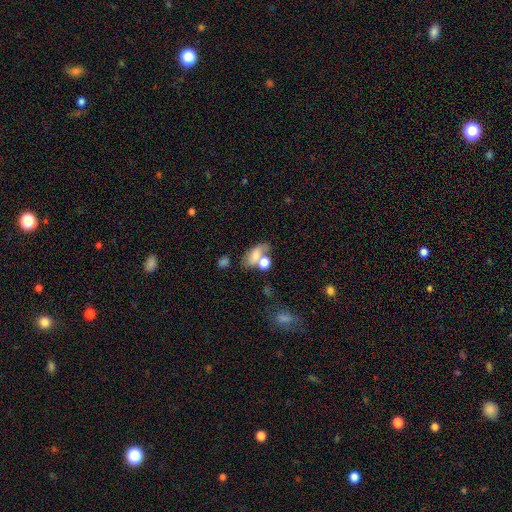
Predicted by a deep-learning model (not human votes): smooth-or-featured: smooth: 68% | featured or disk: 21% | star or artifact: 12%
  how-rounded: in between: 80% | round: 13% | cigar-shaped: 7%
  merging: merger: 38% | none: 34% | minor disturbance: 16% | major disturbance: 12%